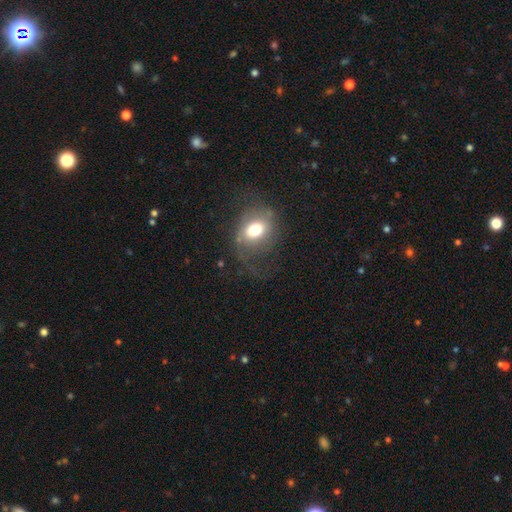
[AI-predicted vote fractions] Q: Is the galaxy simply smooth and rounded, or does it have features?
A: smooth — 42%, tied with featured or disk.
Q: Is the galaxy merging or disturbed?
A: none — 65%.